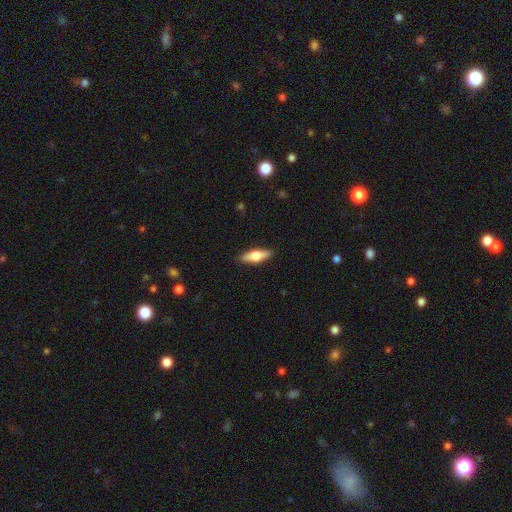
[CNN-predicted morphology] Overall: smooth (53%; featured or disk 41%). How rounded: in between (52%; cigar-shaped 45%). Merging: none (89%).